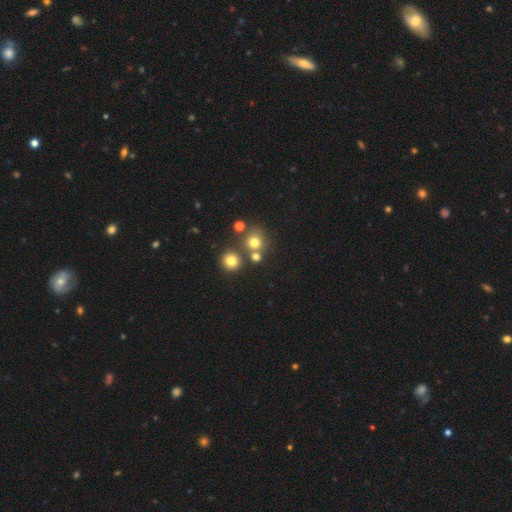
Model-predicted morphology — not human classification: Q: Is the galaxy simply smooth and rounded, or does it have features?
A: smooth — 66%.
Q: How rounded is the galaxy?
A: round — 88%.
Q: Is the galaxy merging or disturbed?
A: none — 66%.